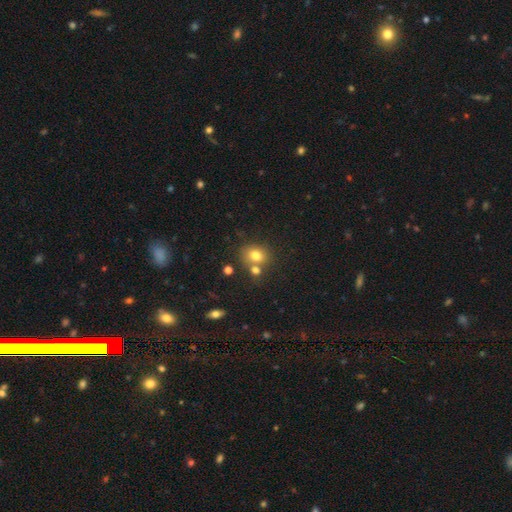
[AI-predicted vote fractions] Morphology: type=smooth (76%); roundness=round (59%); merging=none (57%).